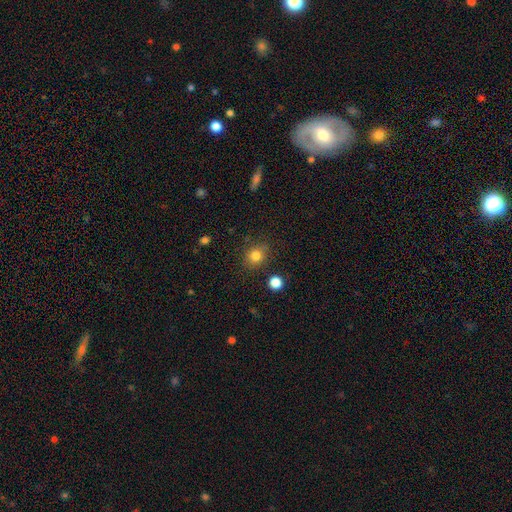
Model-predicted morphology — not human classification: A smooth galaxy with no disk features (82%) that is round (80%). Merging: none (83%).